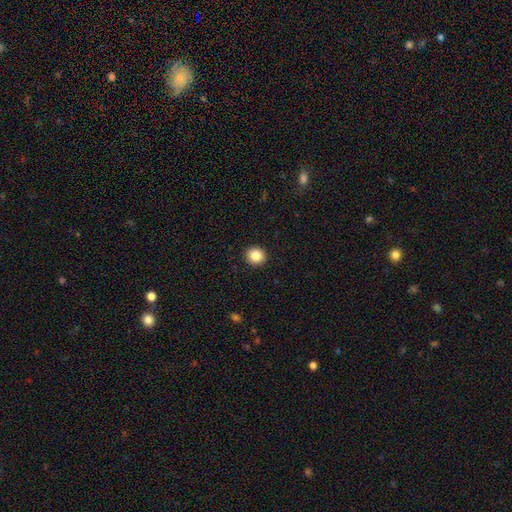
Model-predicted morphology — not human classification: smooth 86%, star or artifact 10%, featured or disk 5%. Down the decision tree: how rounded — round (91%); merging — none (93%).